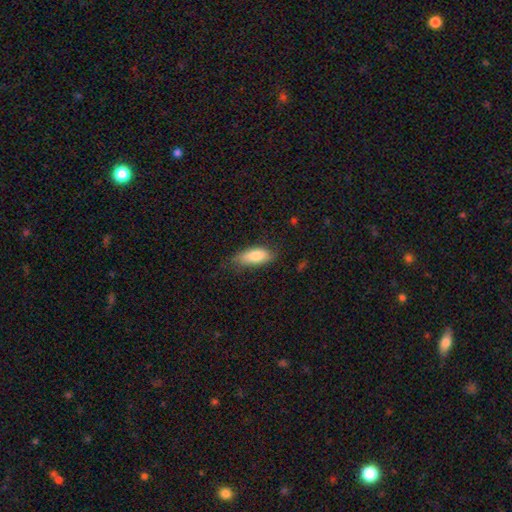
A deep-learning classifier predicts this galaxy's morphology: The model was most divided on "merging": none: 66%, minor disturbance: 26%, major disturbance: 7%, merger: 1%. More confident: smooth or featured — smooth (80%); how rounded — in between (78%).